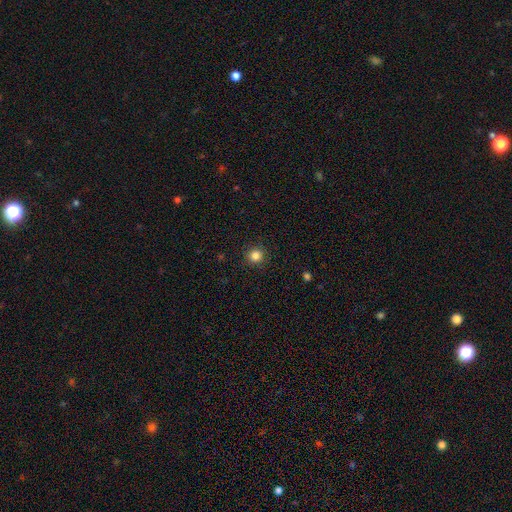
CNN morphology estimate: The model was most divided on "smooth or featured": smooth: 84%, star or artifact: 12%, featured or disk: 4%. More confident: how rounded — round (95%); merging — none (92%).